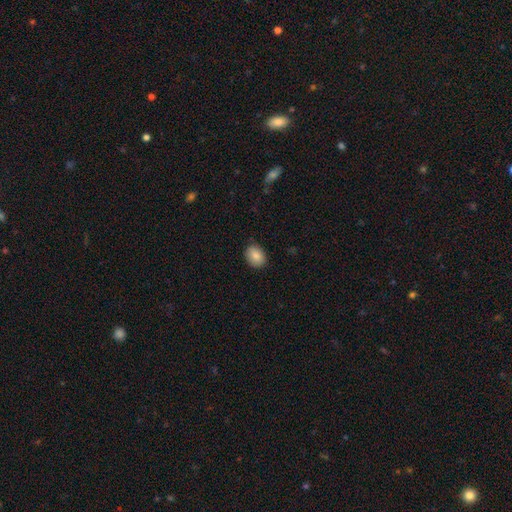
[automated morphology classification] The model was most divided on "how rounded": in between: 64%, round: 35%, cigar-shaped: 1%. More confident: smooth or featured — smooth (85%); merging — none (83%).